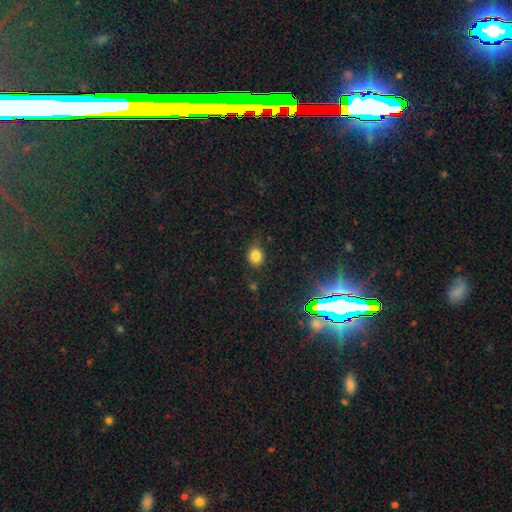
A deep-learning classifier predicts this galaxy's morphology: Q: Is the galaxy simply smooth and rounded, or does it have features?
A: smooth — 80%.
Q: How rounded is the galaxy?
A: round — 55%.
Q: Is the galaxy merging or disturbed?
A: none — 76%.